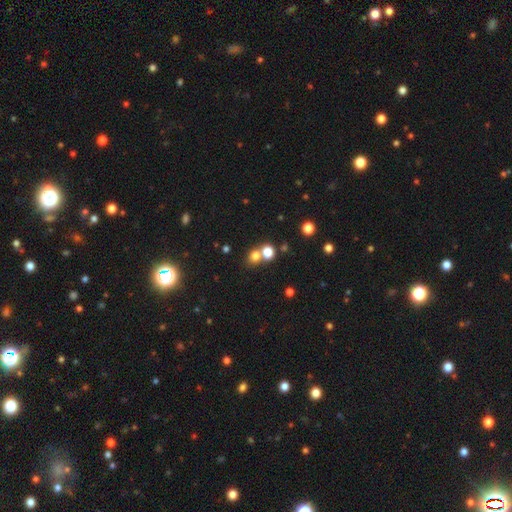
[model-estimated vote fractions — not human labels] Smooth or featured: smooth — 73% (star or artifact — 18%)
How rounded: round — 74% (in between — 25%)
Merging: none — 50% (merger — 40%)